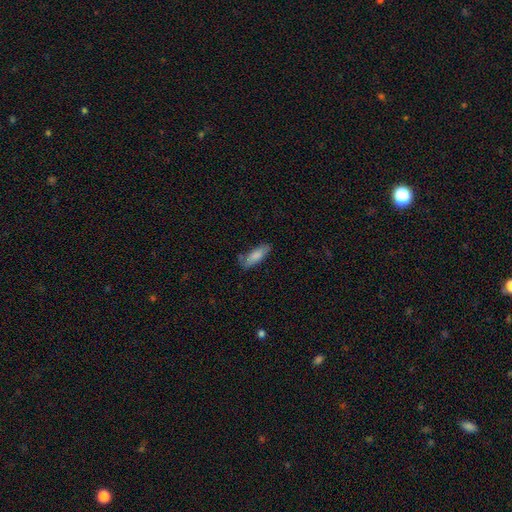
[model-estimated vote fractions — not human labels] Q: Smooth or featured?
A: smooth (81%); runner-up: featured or disk (13%)
Q: How rounded?
A: in between (56%); runner-up: cigar-shaped (42%)
Q: Merging?
A: none (70%); runner-up: minor disturbance (21%)